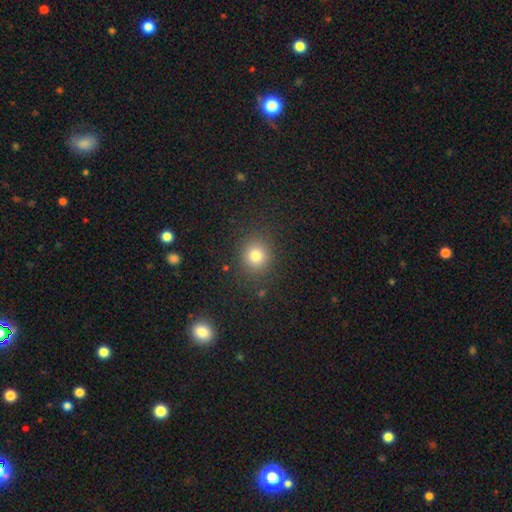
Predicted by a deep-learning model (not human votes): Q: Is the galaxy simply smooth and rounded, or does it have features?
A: smooth — 80%.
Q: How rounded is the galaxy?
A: round — 83%.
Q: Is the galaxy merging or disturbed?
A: none — 87%.